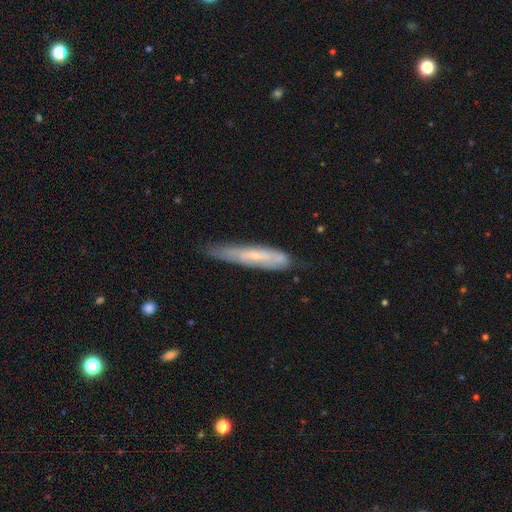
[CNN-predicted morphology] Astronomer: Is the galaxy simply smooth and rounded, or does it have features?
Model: featured or disk — 51% (runner-up: smooth, 42%).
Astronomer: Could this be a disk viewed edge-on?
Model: yes — 55% (runner-up: no, 45%).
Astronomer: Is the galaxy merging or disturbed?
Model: none — 61%.